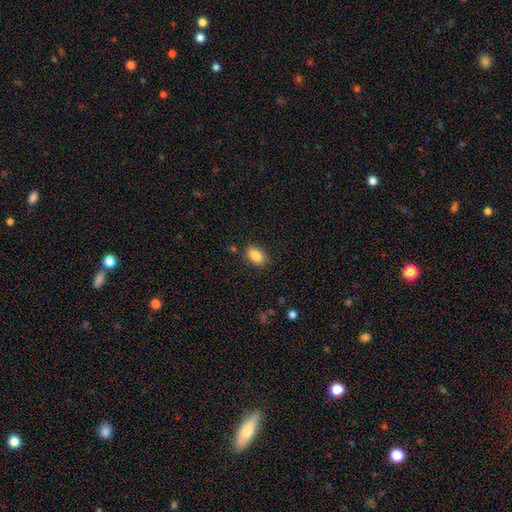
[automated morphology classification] smooth_or_featured: smooth (p=0.85) [alt: star or artifact p=0.08]
how_rounded: in between (p=0.87) [alt: round p=0.12]
merging: none (p=0.86) [alt: minor disturbance p=0.10]